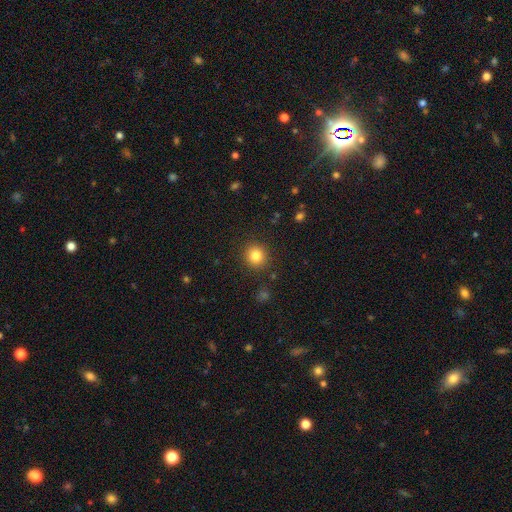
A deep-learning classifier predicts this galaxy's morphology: A smooth galaxy with no disk features (83%) that is round (90%). Merging: none (90%).